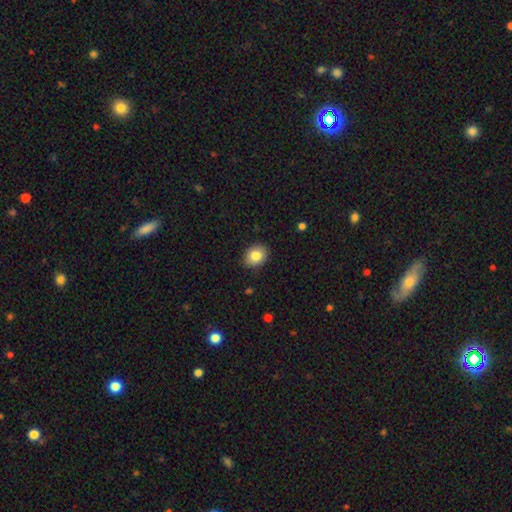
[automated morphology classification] type=smooth (84%); roundness=round (52%); merging=none (88%).